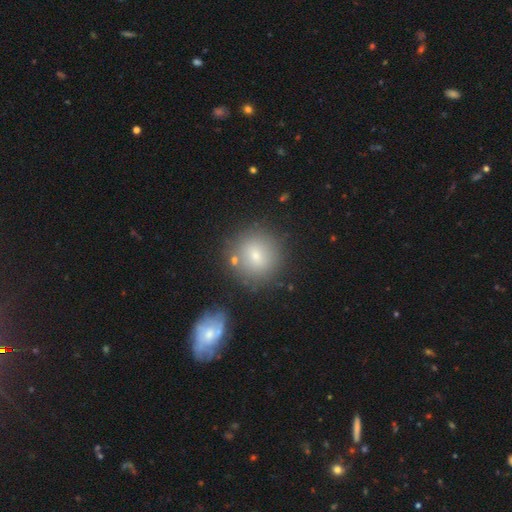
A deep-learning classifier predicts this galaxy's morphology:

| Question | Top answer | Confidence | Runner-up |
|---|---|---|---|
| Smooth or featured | smooth | 76% | featured or disk (13%) |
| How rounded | round | 91% | in between (8%) |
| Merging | none | 78% | minor disturbance (10%) |